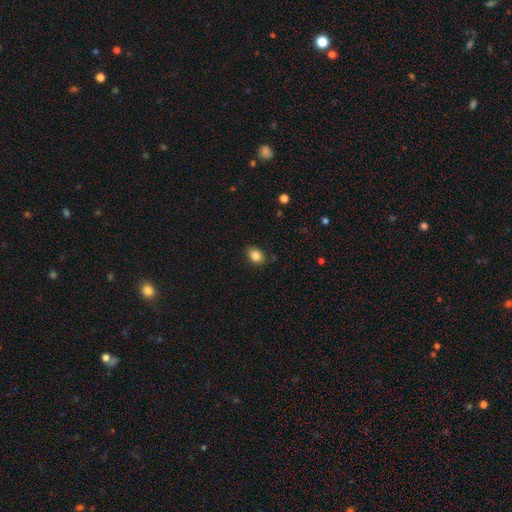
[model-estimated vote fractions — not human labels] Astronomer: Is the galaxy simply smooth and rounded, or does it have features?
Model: smooth — 85%.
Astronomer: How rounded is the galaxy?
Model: in between — 71%.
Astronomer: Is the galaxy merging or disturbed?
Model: none — 85%.